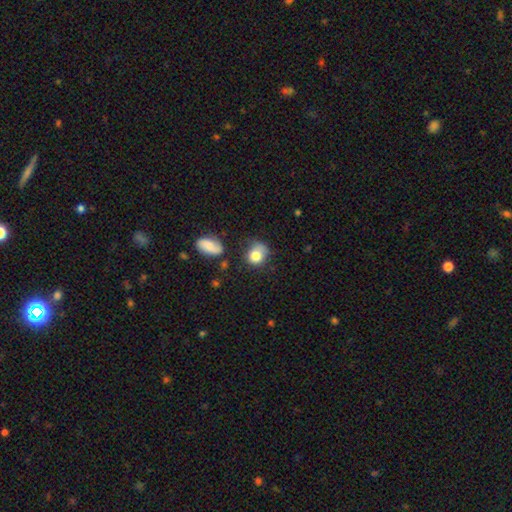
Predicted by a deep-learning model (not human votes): Smooth or featured? smooth (79%)
How rounded? round (62%)
Merging? none (49%)